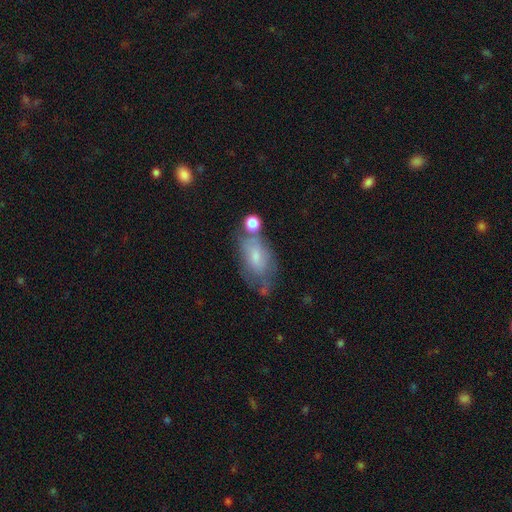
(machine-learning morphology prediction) Overall: smooth (58%; featured or disk 33%). How rounded: in between (88%). Merging: none (41%; minor disturbance 27%).